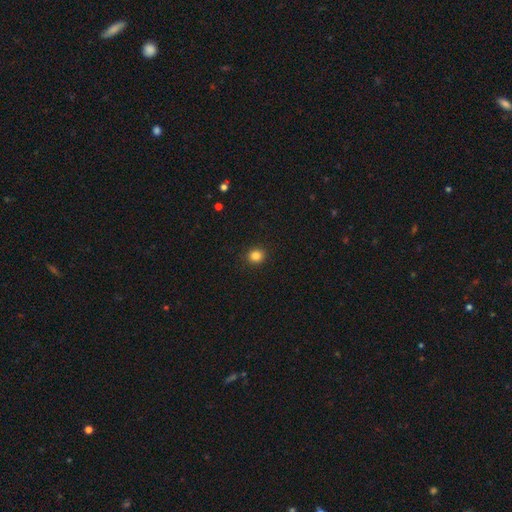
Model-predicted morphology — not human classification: This is clearly a smooth galaxy (84%). How rounded: clearly round (86%). Merging: clearly none (92%).